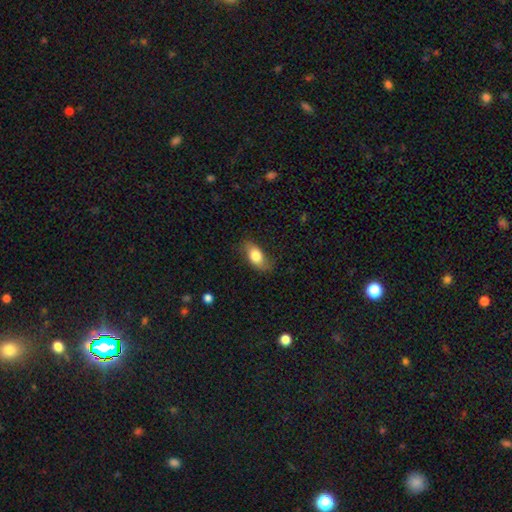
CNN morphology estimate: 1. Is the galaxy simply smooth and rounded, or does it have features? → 74% smooth, 19% featured or disk, 7% star or artifact.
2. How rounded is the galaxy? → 87% in between, 7% round, 6% cigar-shaped.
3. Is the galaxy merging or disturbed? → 75% none, 19% minor disturbance, 5% major disturbance, 1% merger.